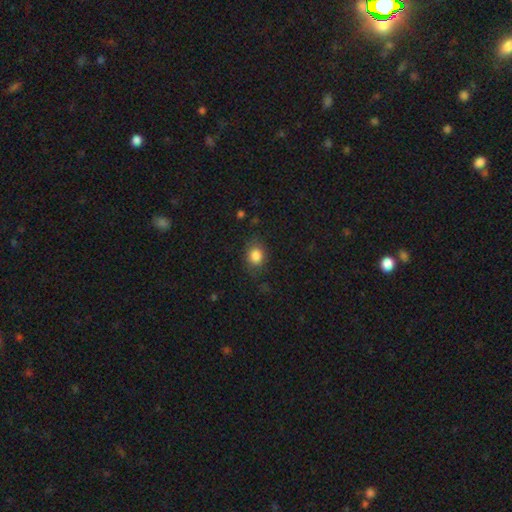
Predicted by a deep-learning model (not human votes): Smooth or featured?
  - smooth: 85% *
  - star or artifact: 10%
  - featured or disk: 6%
How rounded?
  - round: 57% *
  - in between: 42%
  - cigar-shaped: 1%
Merging?
  - none: 78% *
  - minor disturbance: 16%
  - major disturbance: 5%
  - merger: 1%